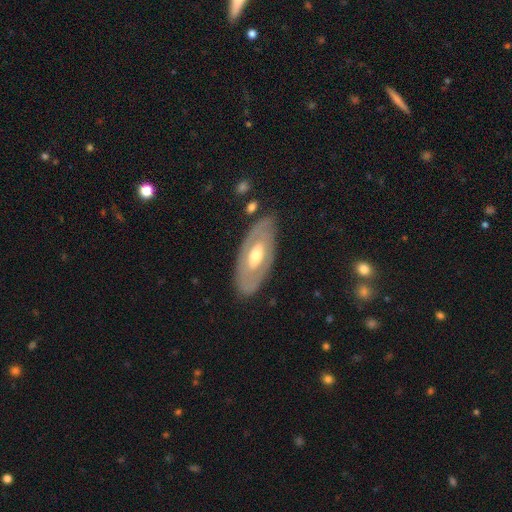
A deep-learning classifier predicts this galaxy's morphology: The model was most divided on "smooth or featured": featured or disk: 62%, smooth: 33%, star or artifact: 5%. More confident: edge-on disk — no (84%); merging — none (81%); spiral arms — no (77%); bulge size — moderate (69%); bar — no (68%).